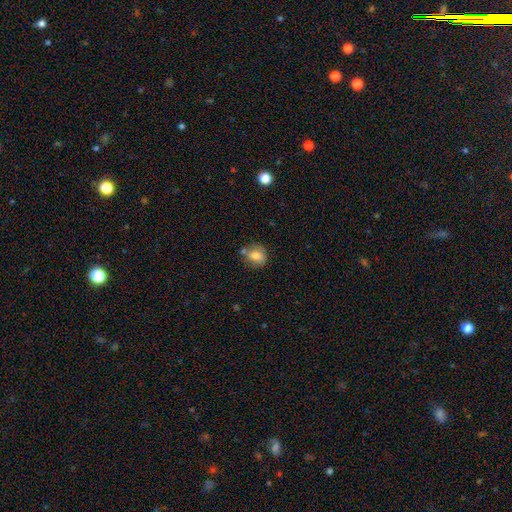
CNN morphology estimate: Smooth or featured? smooth (77%)
How rounded? round (60%)
Merging? none (61%)